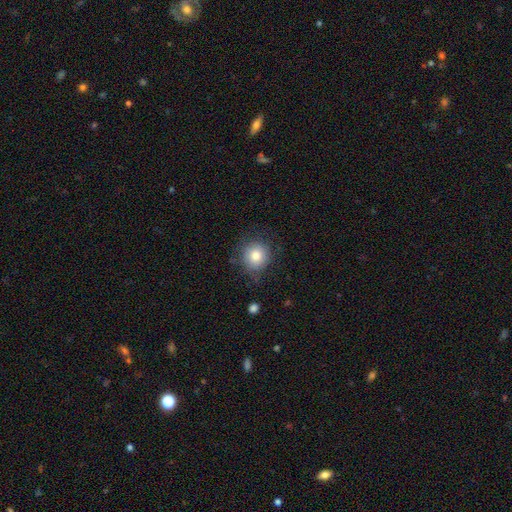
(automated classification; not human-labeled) smooth_or_featured: smooth (p=0.81) [alt: star or artifact p=0.10]
how_rounded: round (p=0.90) [alt: in between p=0.09]
merging: none (p=0.78) [alt: minor disturbance p=0.16]